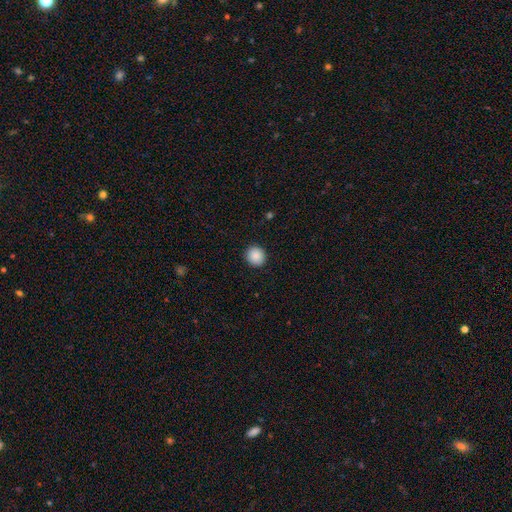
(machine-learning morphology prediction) Smooth or featured?
  - smooth: 89% *
  - star or artifact: 8%
  - featured or disk: 3%
How rounded?
  - round: 90% *
  - in between: 9%
  - cigar-shaped: 1%
Merging?
  - none: 92% *
  - minor disturbance: 5%
  - major disturbance: 2%
  - merger: 1%